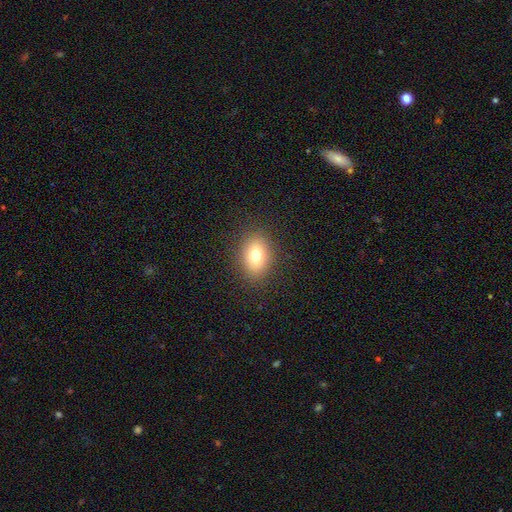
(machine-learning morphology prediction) This appears to be a smooth galaxy with no disk features (77%) that is in between round and cigar-shaped (73%). Merging: none (87%).